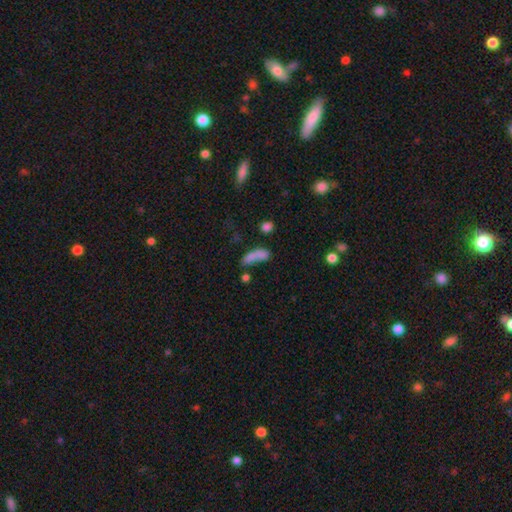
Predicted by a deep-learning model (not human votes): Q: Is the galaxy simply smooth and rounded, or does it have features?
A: smooth — 71%.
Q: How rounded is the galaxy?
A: in between — 57%.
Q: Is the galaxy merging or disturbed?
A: none — 35%.